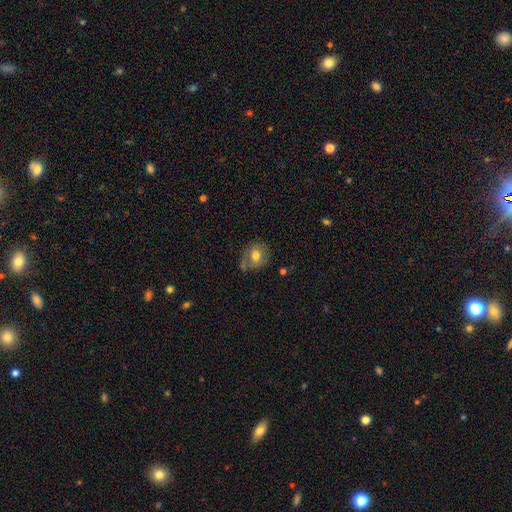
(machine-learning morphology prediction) Smooth or featured: smooth — 65% (featured or disk — 26%)
How rounded: round — 66% (in between — 33%)
Merging: none — 59% (minor disturbance — 25%)